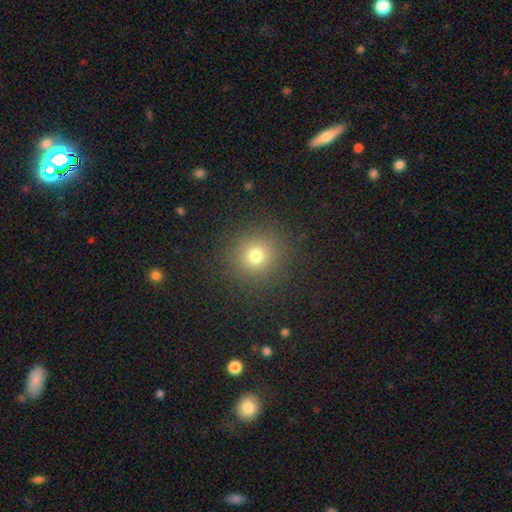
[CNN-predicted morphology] Overall: smooth (73%). How rounded: round (92%). Merging: none (89%).